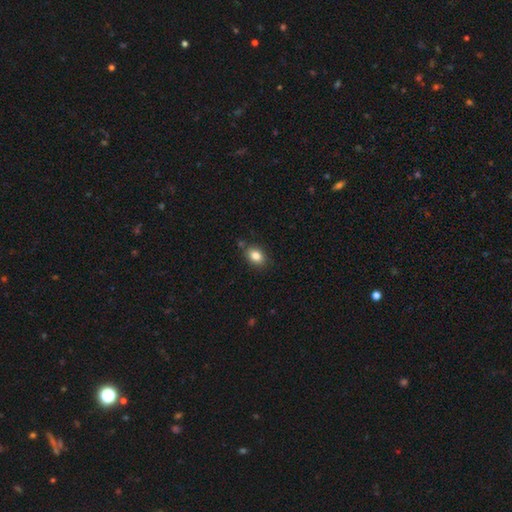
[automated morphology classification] Smooth or featured?
  - smooth: 83% *
  - star or artifact: 9%
  - featured or disk: 8%
How rounded?
  - in between: 75% *
  - round: 24%
  - cigar-shaped: 1%
Merging?
  - none: 78% *
  - minor disturbance: 14%
  - merger: 5%
  - major disturbance: 3%